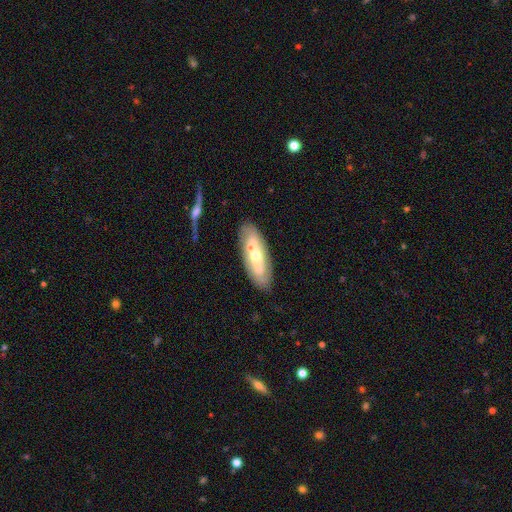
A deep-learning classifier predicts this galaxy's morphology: Smooth or featured: featured or disk — 61% (smooth — 33%)
Edge-on disk: no — 78% (yes — 22%)
Merging: none — 75% (minor disturbance — 14%)